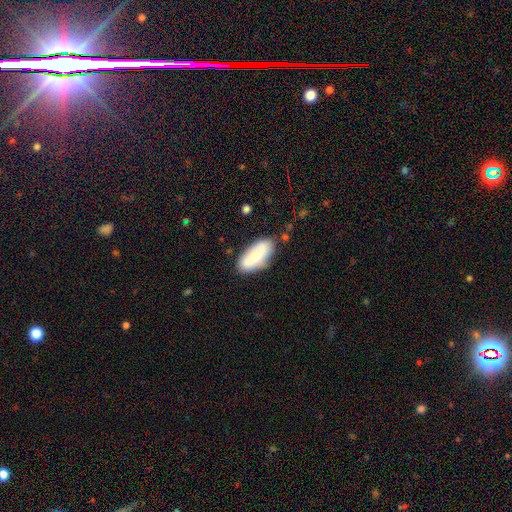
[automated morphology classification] smooth_or_featured: smooth (p=0.68) [alt: featured or disk p=0.25]
how_rounded: in between (p=0.90) [alt: cigar-shaped p=0.07]
merging: none (p=0.73) [alt: minor disturbance p=0.17]